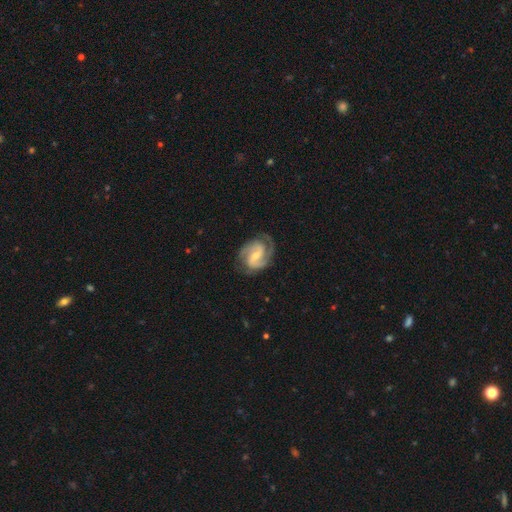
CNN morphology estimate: Q: Smooth or featured?
A: featured or disk (89%); runner-up: smooth (7%)
Q: Edge-on disk?
A: no (98%); runner-up: yes (2%)
Q: Bar?
A: weak (51%); runner-up: no (25%)
Q: Spiral arms?
A: yes (98%); runner-up: no (2%)
Q: Spiral winding?
A: medium (51%); runner-up: tight (38%)
Q: Spiral arm count?
A: 2 (83%); runner-up: 3 (7%)
Q: Bulge size?
A: small (52%); runner-up: moderate (41%)
Q: Merging?
A: none (77%); runner-up: minor disturbance (16%)